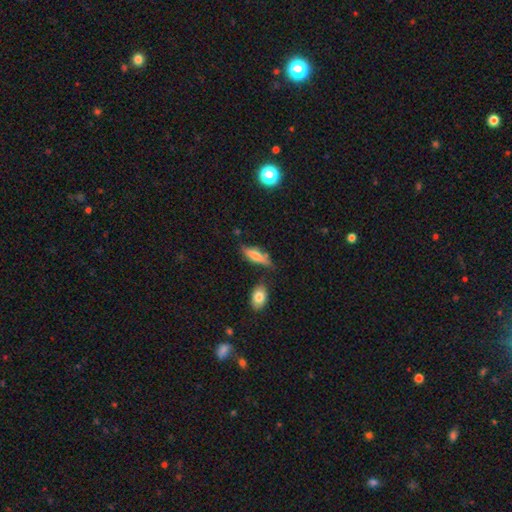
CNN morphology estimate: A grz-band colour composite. It shows a smooth galaxy with no disk features (56%) that is cigar-shaped (54%). Merging: none (64%).